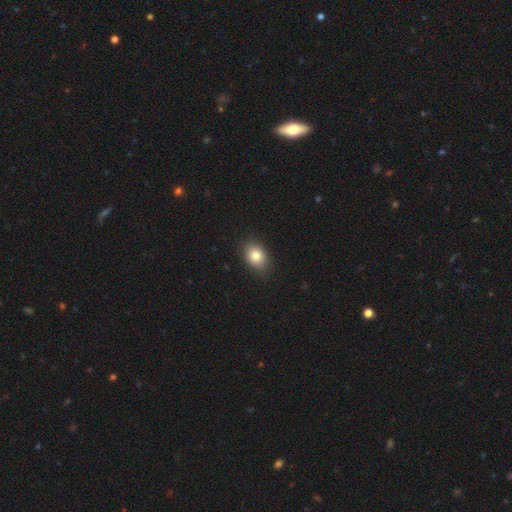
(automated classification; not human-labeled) Smooth or featured? Predicted: smooth (p=0.82). How rounded? Predicted: in between (p=0.64). Merging? Predicted: none (p=0.85).